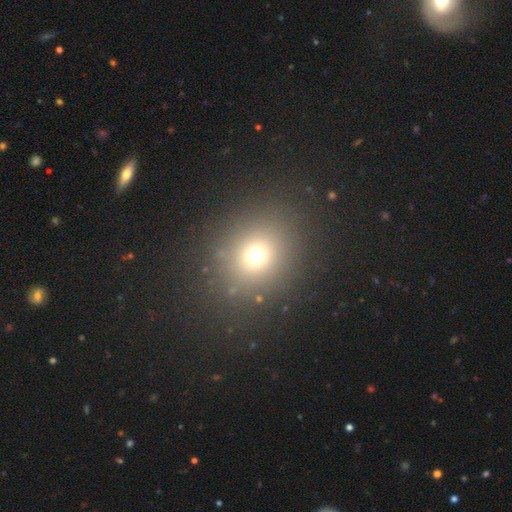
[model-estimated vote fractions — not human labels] Q: Smooth or featured?
A: smooth (68%); runner-up: star or artifact (22%)
Q: How rounded?
A: round (74%); runner-up: in between (25%)
Q: Merging?
A: none (85%); runner-up: minor disturbance (8%)